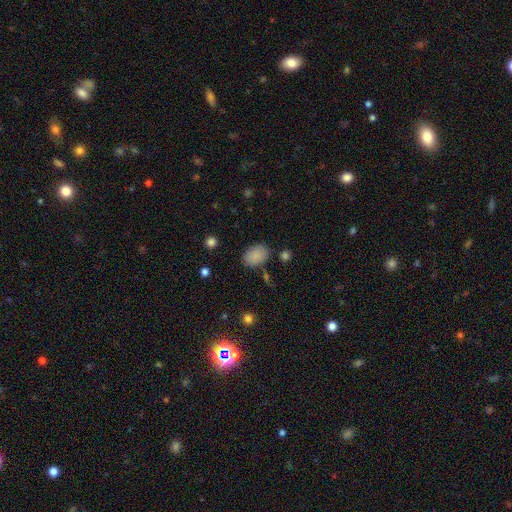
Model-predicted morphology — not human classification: Smooth or featured: smooth — 88% (star or artifact — 8%)
How rounded: in between — 85% (round — 14%)
Merging: none — 81% (minor disturbance — 12%)